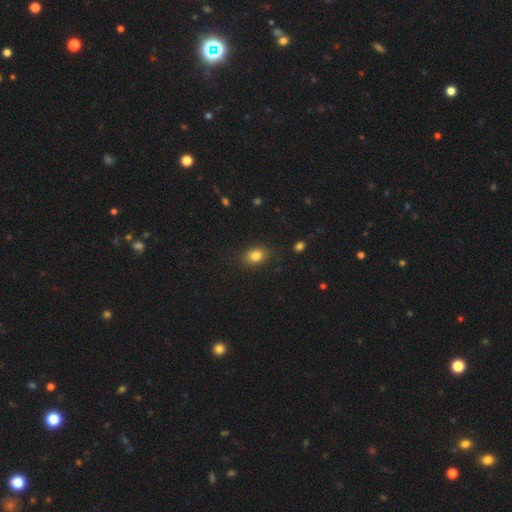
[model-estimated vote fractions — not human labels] Smooth or featured: smooth — 82% (star or artifact — 11%)
How rounded: in between — 70% (round — 29%)
Merging: none — 84% (minor disturbance — 11%)